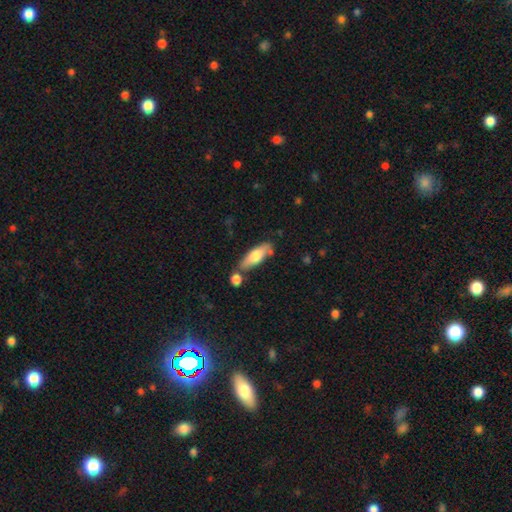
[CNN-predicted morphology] Smooth or featured? smooth (67%)
How rounded? in between (58%)
Merging? none (66%)